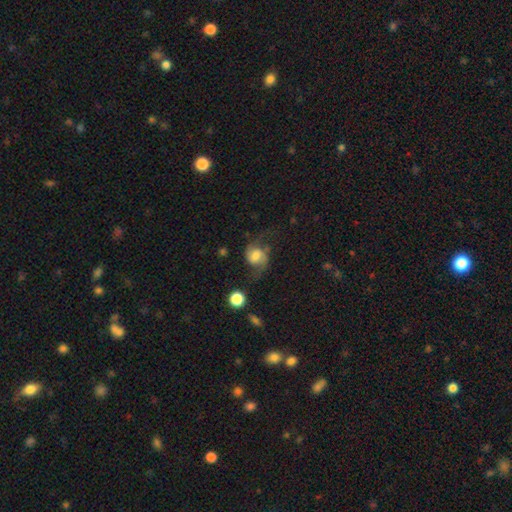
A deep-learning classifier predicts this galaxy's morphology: A featured or disk galaxy (60%) with no bar (48%), 2 (89%) loose (61%) spiral arms (91%) and a moderate central bulge (42%). Merging: none (51%).